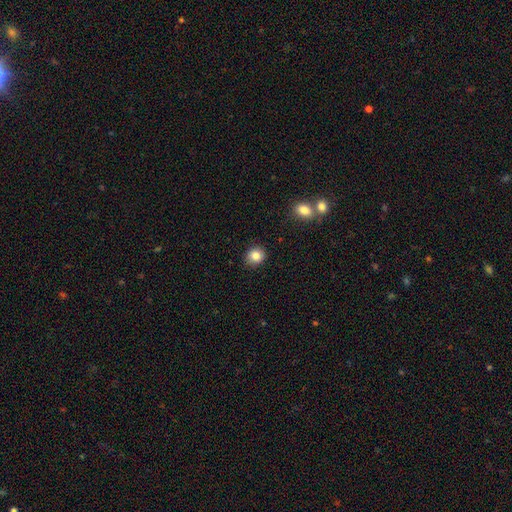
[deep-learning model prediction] Q: Smooth or featured?
A: smooth (84%); runner-up: star or artifact (10%)
Q: How rounded?
A: round (83%); runner-up: in between (16%)
Q: Merging?
A: none (88%); runner-up: minor disturbance (9%)